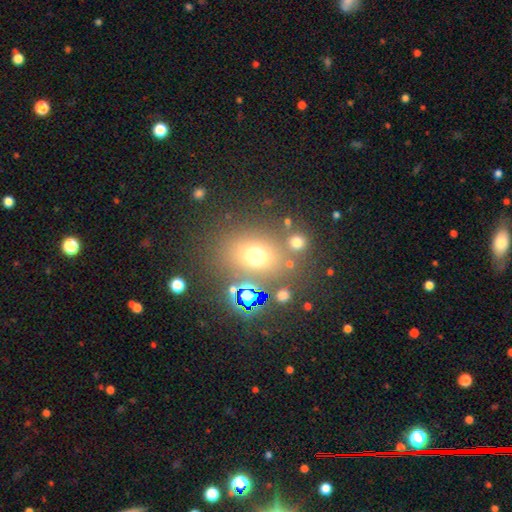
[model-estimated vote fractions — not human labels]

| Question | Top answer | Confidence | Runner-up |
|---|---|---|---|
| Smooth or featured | smooth | 64% | star or artifact (24%) |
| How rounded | round | 53% | in between (46%) |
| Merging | none | 72% | minor disturbance (12%) |